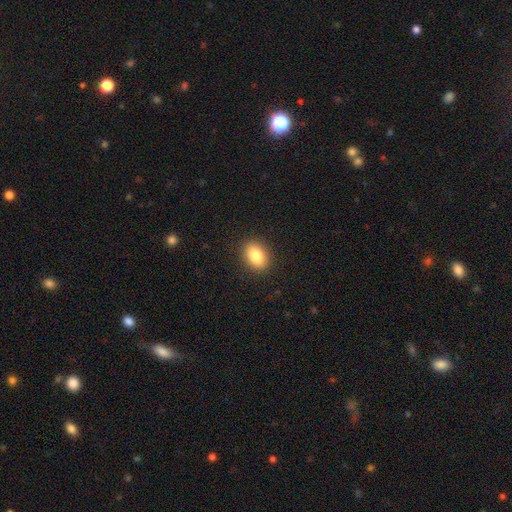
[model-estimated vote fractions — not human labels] This appears to be a smooth galaxy with no disk features (85%) that is in between round and cigar-shaped (80%). Merging: none (89%).